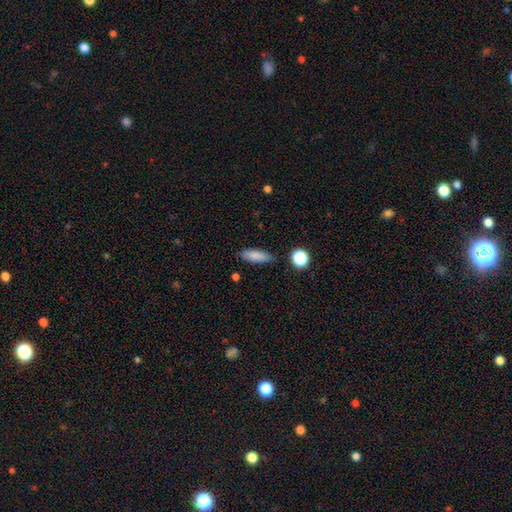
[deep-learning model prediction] smooth_or_featured: smooth (p=0.84) [alt: star or artifact p=0.09]
how_rounded: in between (p=0.59) [alt: cigar-shaped p=0.37]
merging: none (p=0.84) [alt: minor disturbance p=0.11]